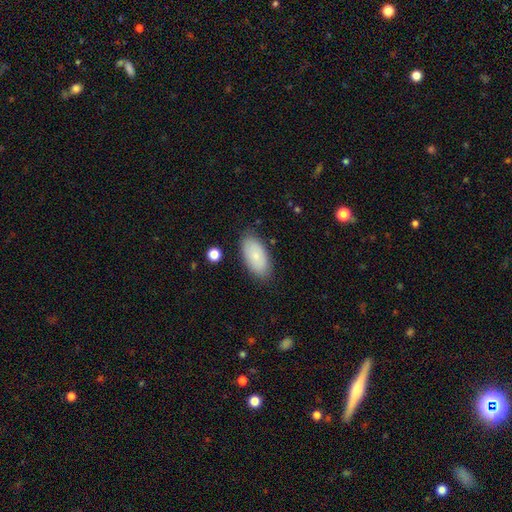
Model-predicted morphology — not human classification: Overall: smooth (79%). How rounded: in between (94%). Merging: none (82%).